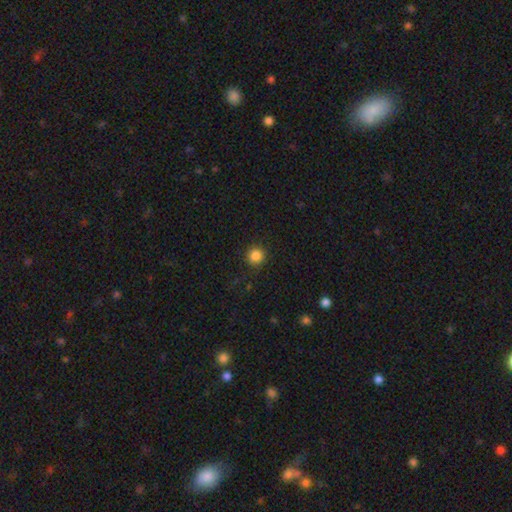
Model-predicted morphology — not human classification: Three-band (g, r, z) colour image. It shows a smooth galaxy with no disk features (85%) that is round (93%). Merging: none (89%).